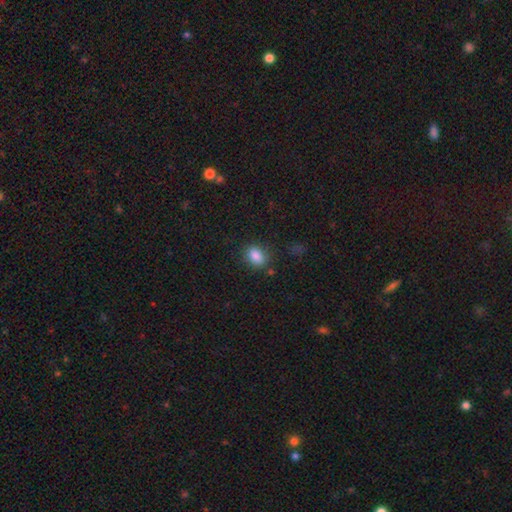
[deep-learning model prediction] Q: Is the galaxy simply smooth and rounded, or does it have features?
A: smooth — 85%.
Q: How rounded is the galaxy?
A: in between — 71%.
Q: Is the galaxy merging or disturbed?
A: none — 80%.